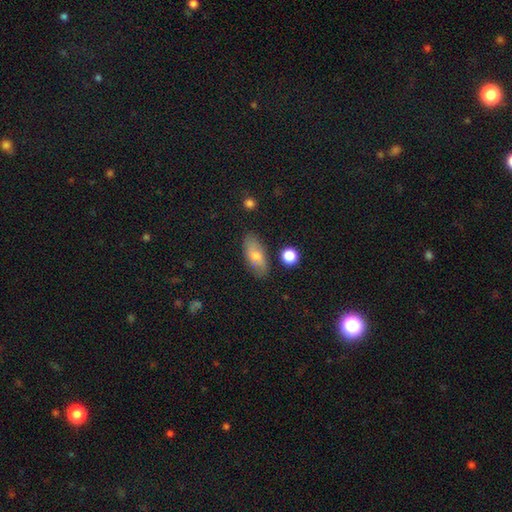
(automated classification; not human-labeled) Smooth or featured? Predicted: smooth (p=0.71). How rounded? Predicted: in between (p=0.84). Merging? Predicted: none (p=0.81).